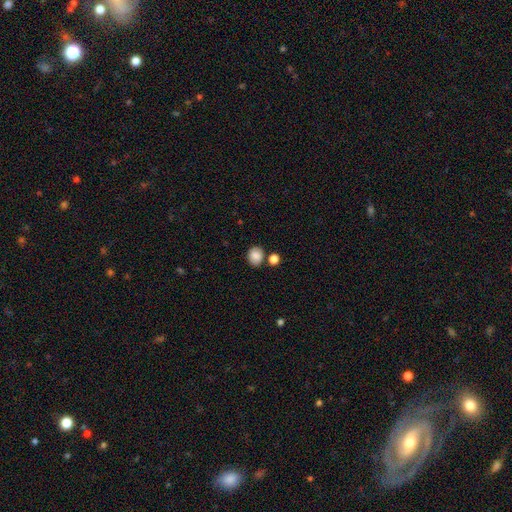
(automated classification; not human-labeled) Overall: smooth (86%). How rounded: round (61%; in between 38%). Merging: none (73%).